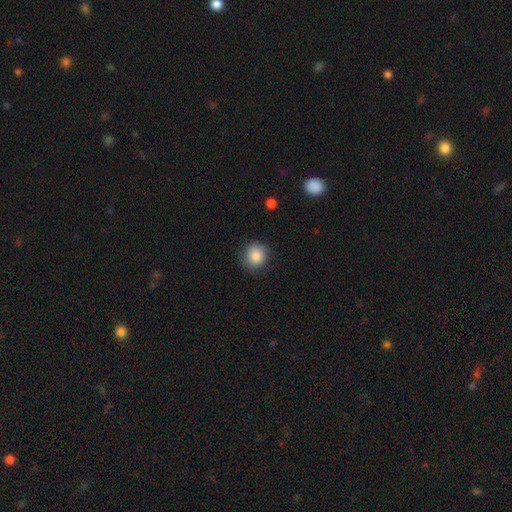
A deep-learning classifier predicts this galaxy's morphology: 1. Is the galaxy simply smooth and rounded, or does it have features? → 86% smooth, 9% star or artifact, 5% featured or disk.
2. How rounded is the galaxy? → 89% round, 10% in between, 1% cigar-shaped.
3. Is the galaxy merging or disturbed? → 83% none, 13% minor disturbance, 3% major disturbance, 1% merger.